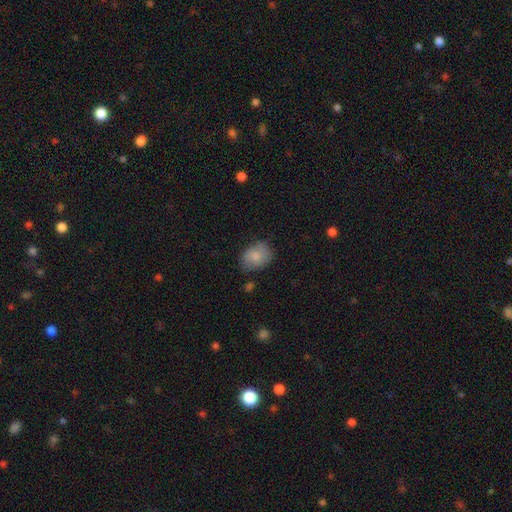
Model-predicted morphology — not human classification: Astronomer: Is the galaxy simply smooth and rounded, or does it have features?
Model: smooth — 81%.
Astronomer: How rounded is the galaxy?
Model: in between — 69%.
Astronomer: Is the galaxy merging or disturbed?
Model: none — 69%.